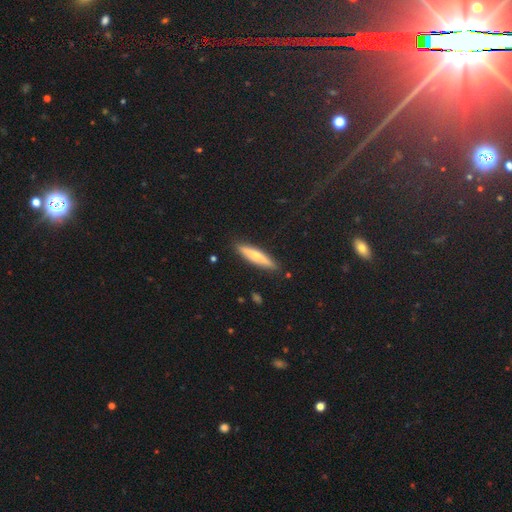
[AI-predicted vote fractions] This is possibly a smooth galaxy (54%). How rounded: clearly cigar-shaped (85%). Merging: clearly none (88%).